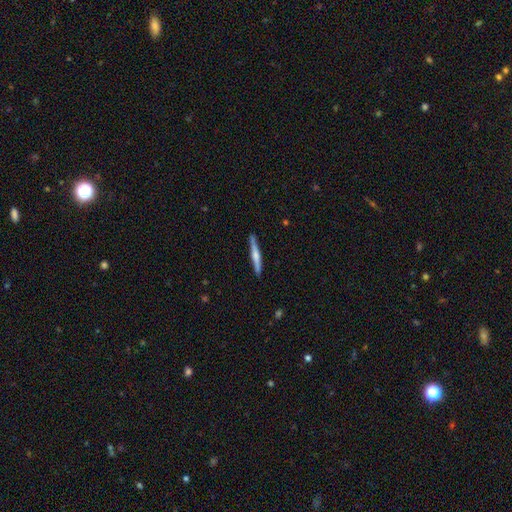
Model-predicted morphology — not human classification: Smooth or featured? featured or disk (51%)
Edge-on disk? yes (97%)
Merging? none (87%)